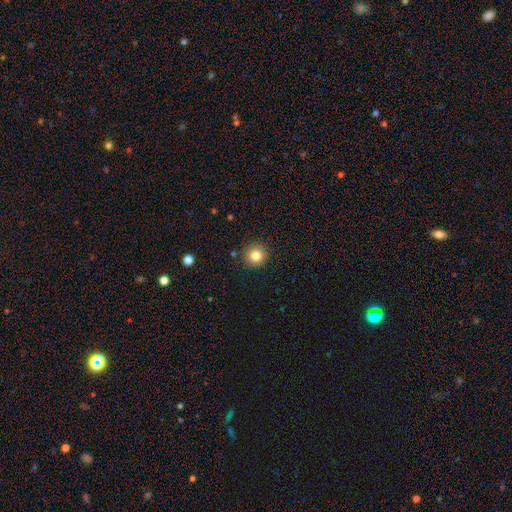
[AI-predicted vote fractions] smooth_or_featured: smooth (p=0.82) [alt: star or artifact p=0.11]
how_rounded: round (p=0.95) [alt: in between p=0.04]
merging: none (p=0.90) [alt: minor disturbance p=0.06]